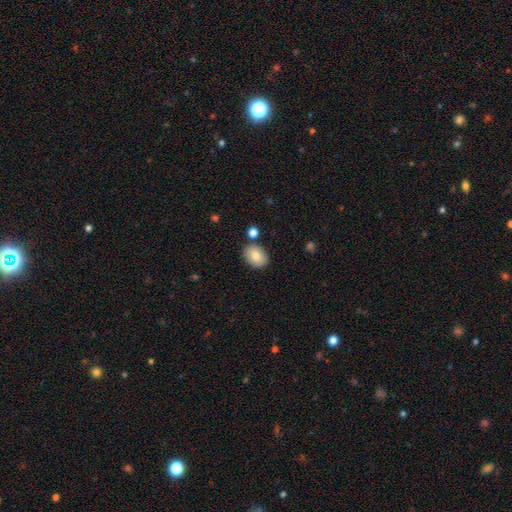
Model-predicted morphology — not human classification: The model was most divided on "how rounded": in between: 70%, round: 29%, cigar-shaped: 1%. More confident: merging — none (81%); smooth or featured — smooth (81%).